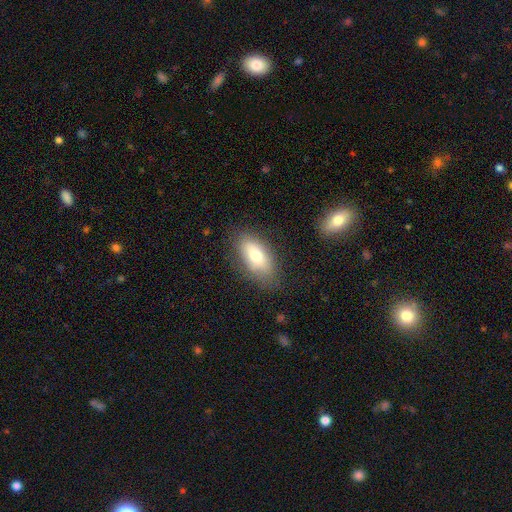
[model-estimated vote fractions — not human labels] Smooth or featured?
  - smooth: 71% *
  - featured or disk: 21%
  - star or artifact: 8%
How rounded?
  - in between: 88% *
  - cigar-shaped: 7%
  - round: 5%
Merging?
  - none: 79% *
  - minor disturbance: 15%
  - major disturbance: 4%
  - merger: 2%